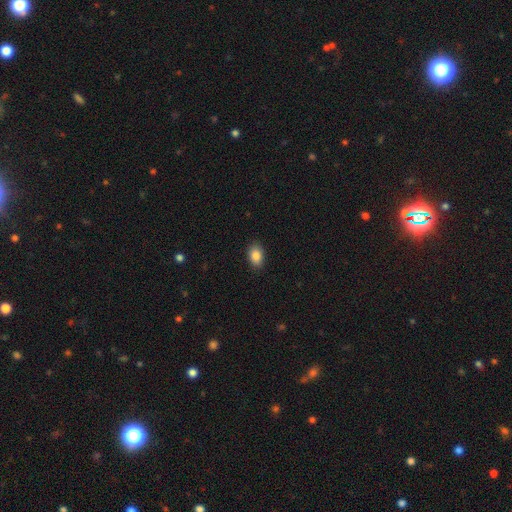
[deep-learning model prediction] Q: Smooth or featured?
A: smooth (87%); runner-up: star or artifact (8%)
Q: How rounded?
A: in between (85%); runner-up: round (14%)
Q: Merging?
A: none (87%); runner-up: minor disturbance (9%)